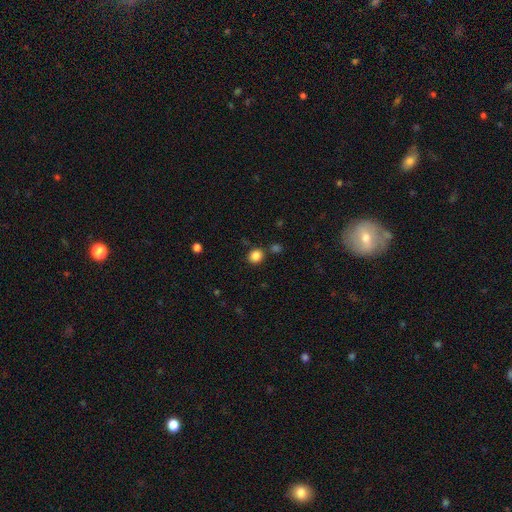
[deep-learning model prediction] A smooth galaxy with no disk features (85%) that is round (75%).

Vote fractions:
- Smooth or featured? smooth: 85% / star or artifact: 11% / featured or disk: 4%
- How rounded? round: 75% / in between: 24% / cigar-shaped: 1%
- Merging? none: 82% / minor disturbance: 9% / merger: 6% / major disturbance: 3%